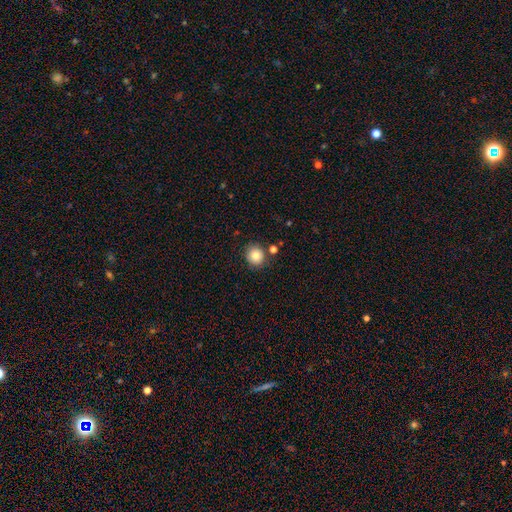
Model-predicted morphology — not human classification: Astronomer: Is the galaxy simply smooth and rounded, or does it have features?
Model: smooth — 84%.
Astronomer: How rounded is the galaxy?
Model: round — 86%.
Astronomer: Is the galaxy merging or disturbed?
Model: none — 81%.